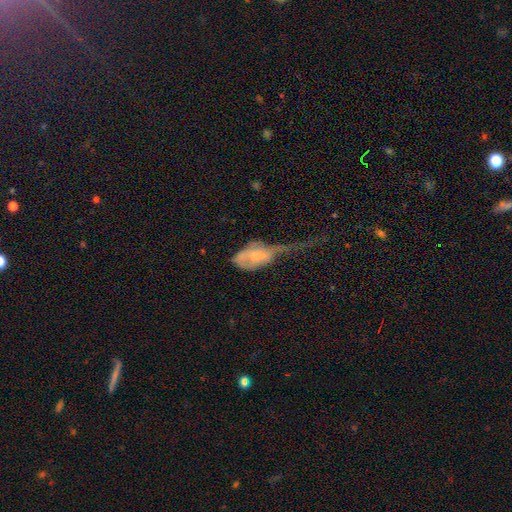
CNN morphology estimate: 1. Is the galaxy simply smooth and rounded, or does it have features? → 47% smooth, 44% featured or disk, 9% star or artifact.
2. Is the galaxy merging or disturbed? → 63% major disturbance, 16% minor disturbance, 11% merger, 10% none.